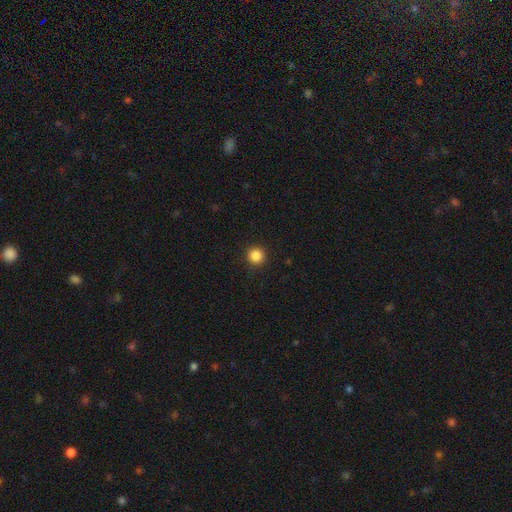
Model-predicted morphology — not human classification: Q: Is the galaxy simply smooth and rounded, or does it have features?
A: smooth — 86%.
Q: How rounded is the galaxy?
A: round — 96%.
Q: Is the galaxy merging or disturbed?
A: none — 92%.